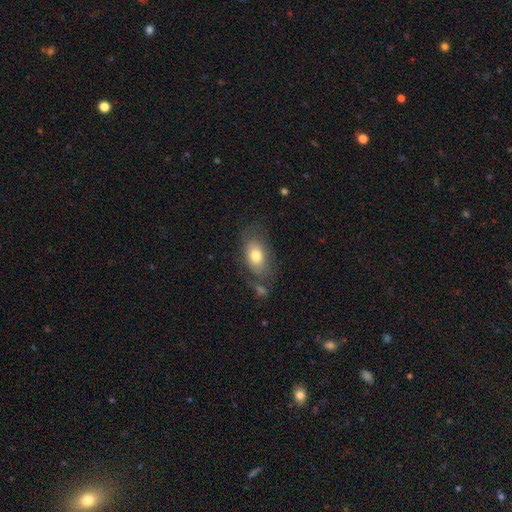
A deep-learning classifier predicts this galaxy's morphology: Smooth or featured: smooth — 69% (featured or disk — 24%)
How rounded: in between — 88% (round — 10%)
Merging: none — 59% (minor disturbance — 21%)